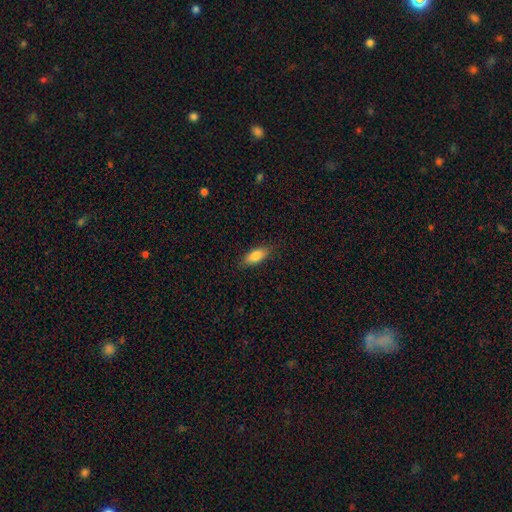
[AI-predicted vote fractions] This is clearly a smooth galaxy (84%). How rounded: clearly in between (81%). Merging: clearly none (85%).